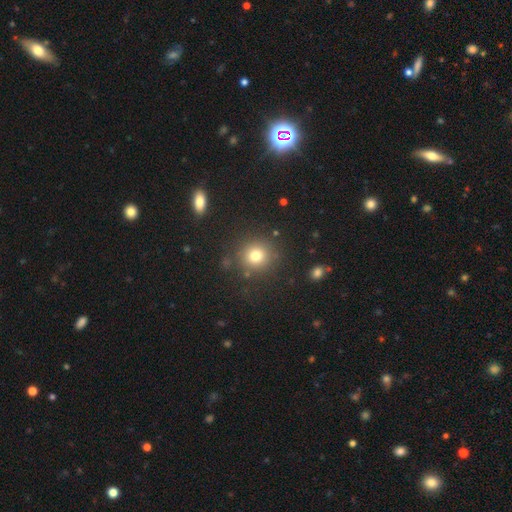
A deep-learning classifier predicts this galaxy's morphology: smooth 78%, star or artifact 14%, featured or disk 8%. Down the decision tree: how rounded — round (90%); merging — none (86%).